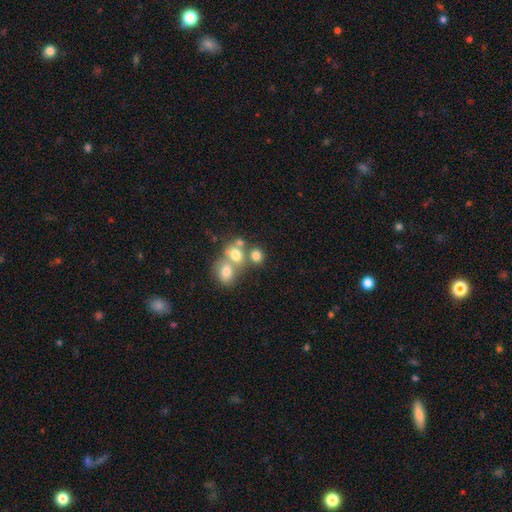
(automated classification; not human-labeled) A smooth galaxy with no disk features (73%) that is round (71%). Merging: none (44%).